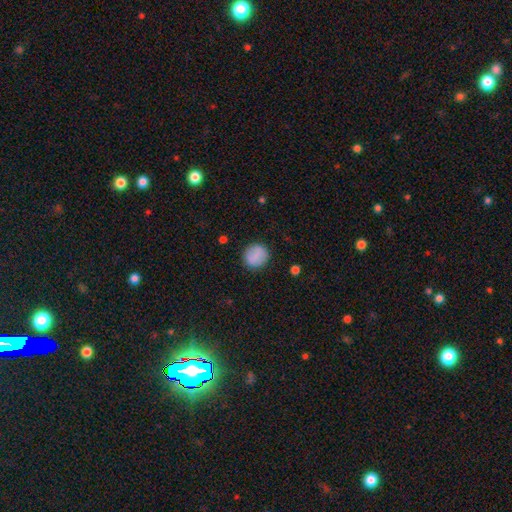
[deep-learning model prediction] smooth-or-featured: smooth: 82% | featured or disk: 10% | star or artifact: 8%
  how-rounded: round: 87% | in between: 12% | cigar-shaped: 1%
  merging: none: 87% | minor disturbance: 9% | major disturbance: 3% | merger: 1%